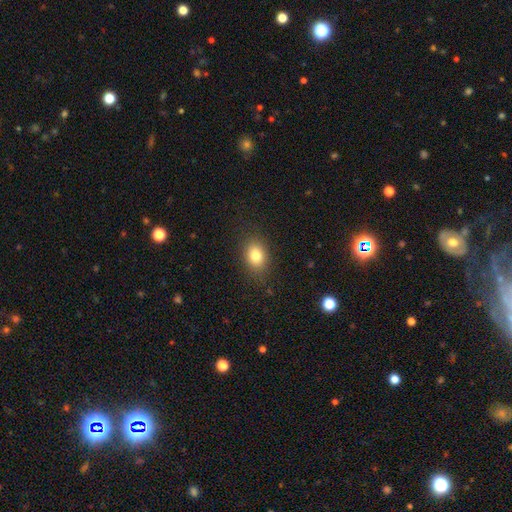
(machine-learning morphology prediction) The model was most divided on "how rounded": in between: 68%, round: 31%, cigar-shaped: 1%. More confident: merging — none (84%); smooth or featured — smooth (81%).